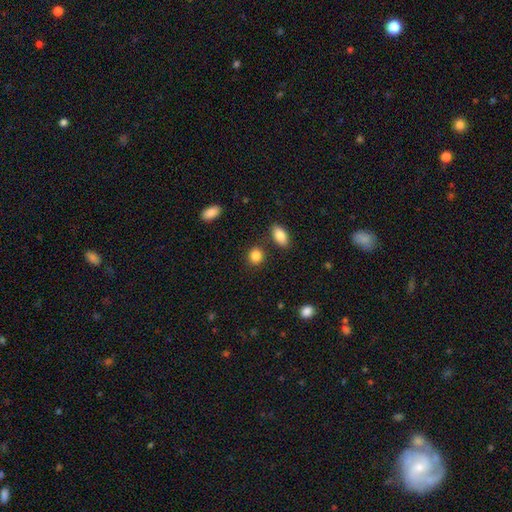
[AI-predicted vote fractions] Smooth or featured? Predicted: smooth (p=0.87). How rounded? Predicted: round (p=0.69). Merging? Predicted: none (p=0.83).